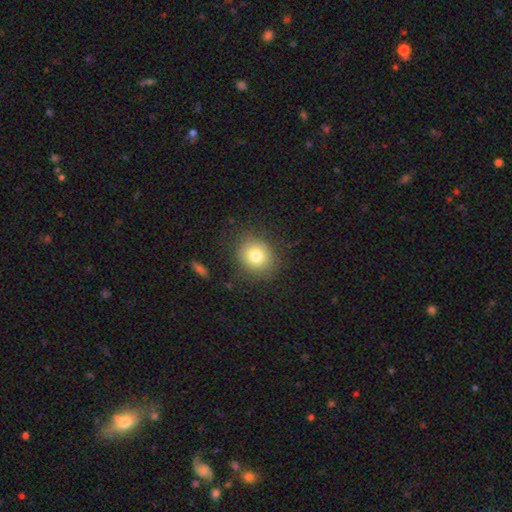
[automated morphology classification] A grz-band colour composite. It shows a smooth galaxy with no disk features (77%) that is round (77%). Merging: none (83%).